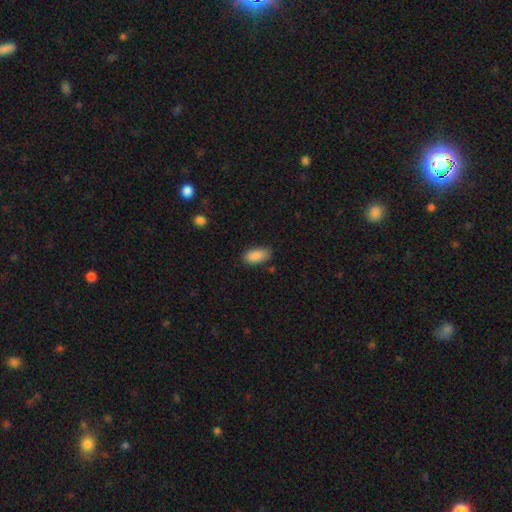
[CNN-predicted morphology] Overall: smooth (89%). How rounded: in between (91%). Merging: none (82%).